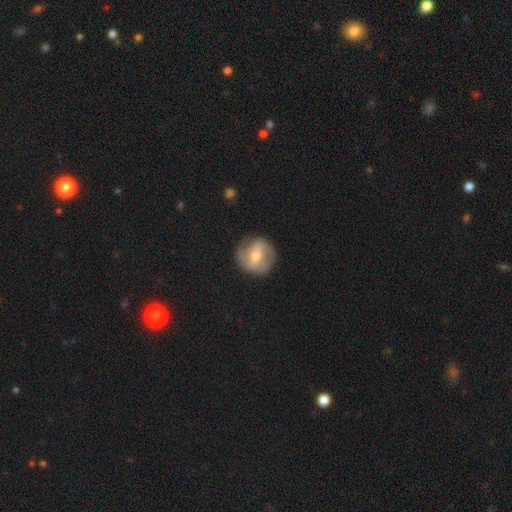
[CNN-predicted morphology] featured or disk 54%, smooth 38%, star or artifact 8%. Down the decision tree: edge-on disk — no (95%); bar — weak (42%); spiral arms — yes (67%); bulge size — moderate (61%); merging — none (80%).